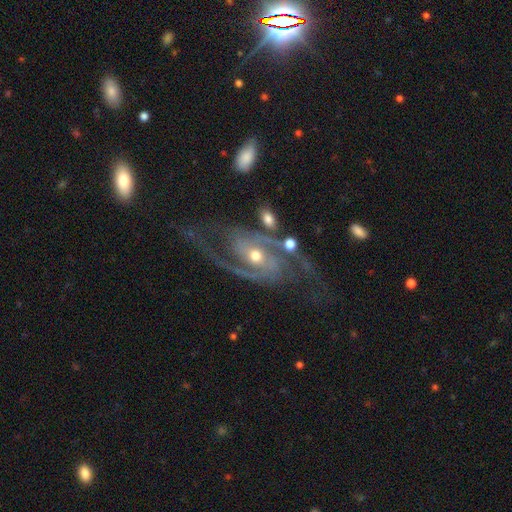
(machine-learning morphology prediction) Smooth or featured?
  - featured or disk: 90% *
  - star or artifact: 5%
  - smooth: 4%
Edge-on disk?
  - no: 96% *
  - yes: 4%
Bar?
  - no: 54% *
  - weak: 31%
  - strong: 15%
Spiral arms?
  - yes: 97% *
  - no: 3%
Spiral winding?
  - medium: 51% *
  - tight: 25%
  - loose: 24%
Spiral arm count?
  - 2: 81% *
  - 3: 7%
  - can't tell: 4%
  - 1: 3%
  - 4: 3%
  - more than 4: 2%
Bulge size?
  - moderate: 60% *
  - small: 34%
  - large: 3%
  - none: 1%
  - dominant: 1%
Merging?
  - none: 56% *
  - minor disturbance: 19%
  - major disturbance: 17%
  - merger: 8%